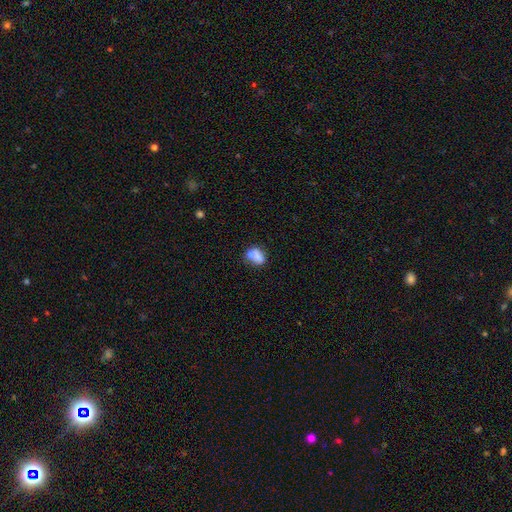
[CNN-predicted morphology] A smooth galaxy with no disk features (70%) that is in between round and cigar-shaped (64%).

Vote fractions:
- Smooth or featured? smooth: 70% / featured or disk: 20% / star or artifact: 9%
- How rounded? in between: 64% / round: 34% / cigar-shaped: 2%
- Merging? merger: 42% / none: 37% / minor disturbance: 15% / major disturbance: 7%